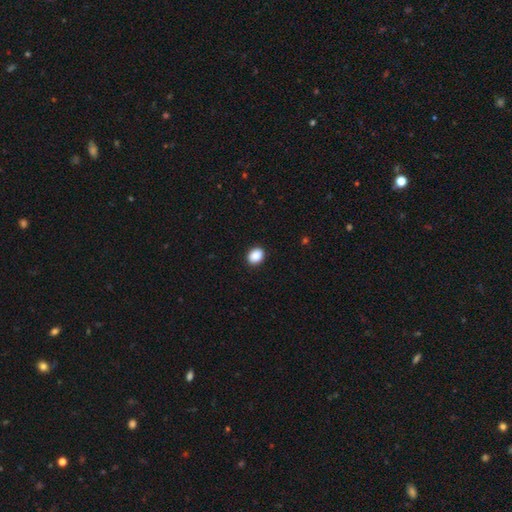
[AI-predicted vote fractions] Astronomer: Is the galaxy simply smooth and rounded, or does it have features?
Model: smooth — 90%.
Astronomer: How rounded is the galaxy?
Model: in between — 57% (runner-up: round, 42%).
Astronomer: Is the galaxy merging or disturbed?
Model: none — 91%.